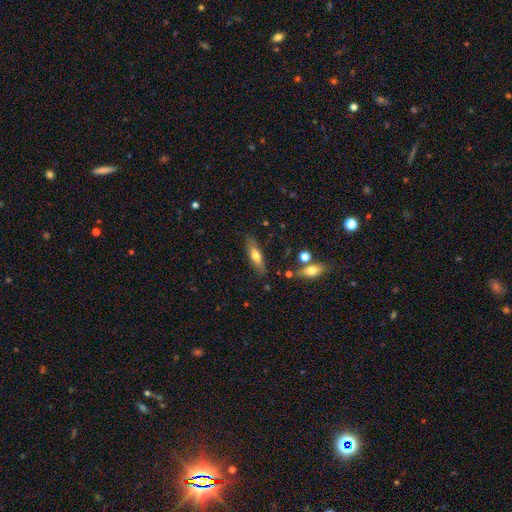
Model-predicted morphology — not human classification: smooth_or_featured: smooth (p=0.61) [alt: featured or disk p=0.32]
how_rounded: cigar-shaped (p=0.55) [alt: in between p=0.43]
merging: none (p=0.80) [alt: minor disturbance p=0.14]